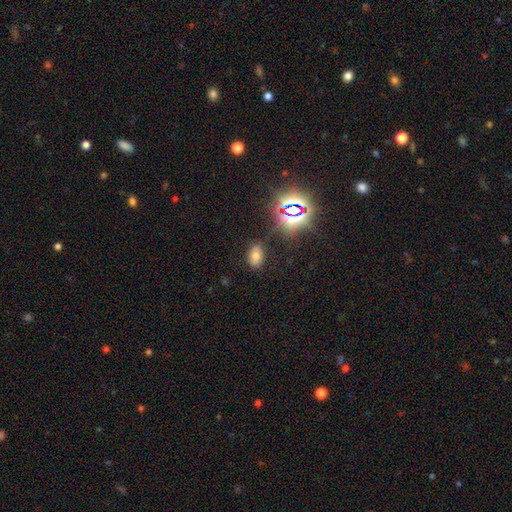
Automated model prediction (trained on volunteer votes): This appears to be a smooth galaxy with no disk features (64%) that is in between round and cigar-shaped (85%). Merging: none (81%).